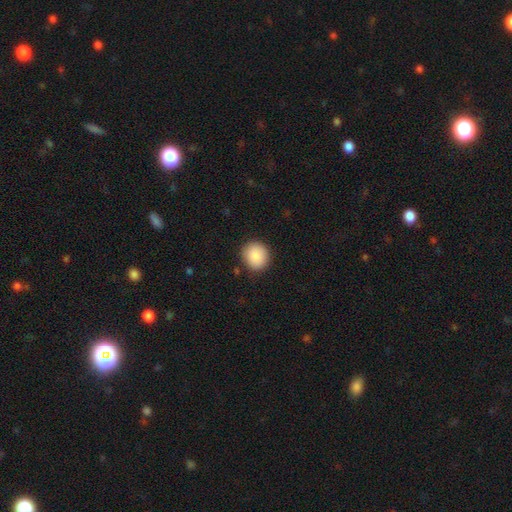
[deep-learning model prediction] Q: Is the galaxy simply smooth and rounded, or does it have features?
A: smooth — 89%.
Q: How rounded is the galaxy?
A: round — 86%.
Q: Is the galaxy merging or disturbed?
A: none — 88%.